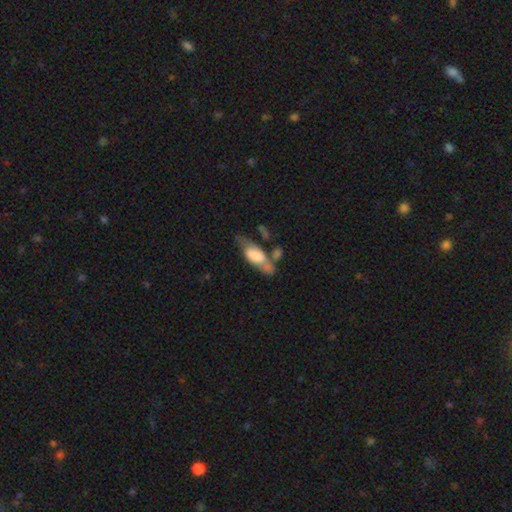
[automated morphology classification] Smooth or featured? smooth (58%)
How rounded? in between (72%)
Merging? none (33%)